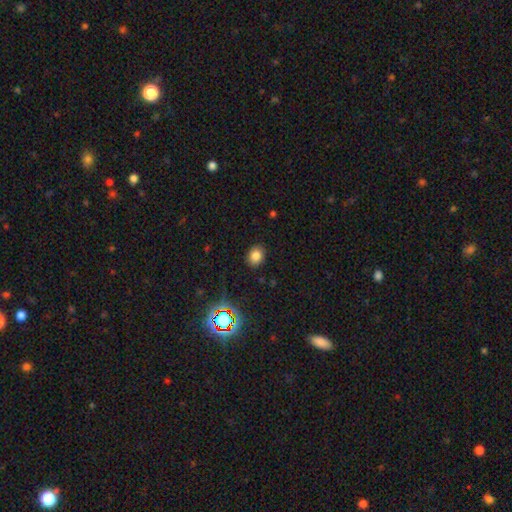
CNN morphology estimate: Smooth or featured: smooth — 80% (star or artifact — 15%)
How rounded: in between — 50% (round — 49%)
Merging: none — 88% (minor disturbance — 9%)